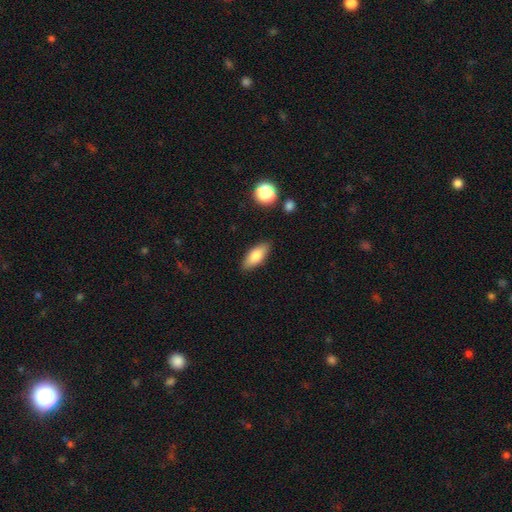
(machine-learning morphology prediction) The model was most divided on "how rounded": in between: 80%, cigar-shaped: 17%, round: 3%. More confident: merging — none (86%); smooth or featured — smooth (79%).